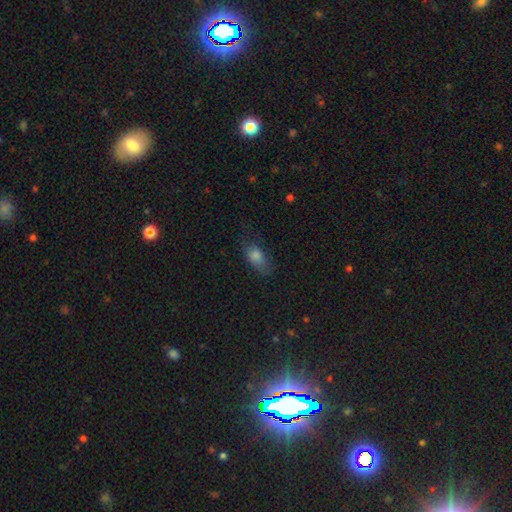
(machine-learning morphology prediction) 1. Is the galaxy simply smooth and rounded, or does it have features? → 76% smooth, 12% featured or disk, 12% star or artifact.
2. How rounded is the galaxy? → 84% in between, 8% cigar-shaped, 8% round.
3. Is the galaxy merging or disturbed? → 64% none, 25% minor disturbance, 10% major disturbance, 2% merger.